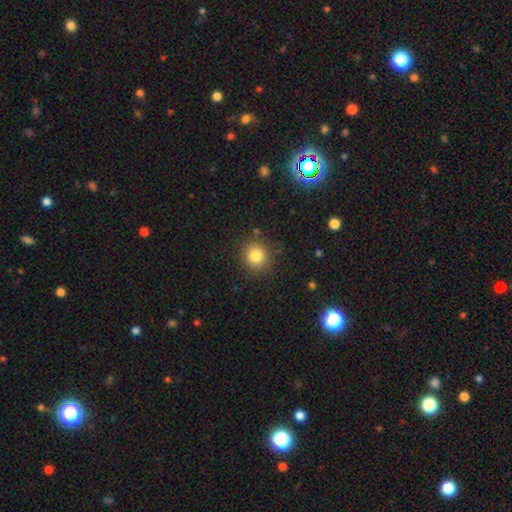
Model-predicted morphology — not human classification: Smooth or featured?
  - smooth: 81% *
  - star or artifact: 12%
  - featured or disk: 7%
How rounded?
  - round: 88% *
  - in between: 11%
  - cigar-shaped: 1%
Merging?
  - none: 87% *
  - minor disturbance: 8%
  - major disturbance: 3%
  - merger: 2%